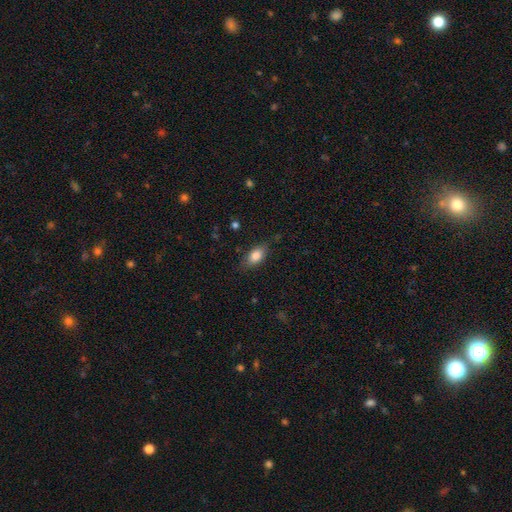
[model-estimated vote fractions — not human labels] smooth-or-featured: smooth: 82% | featured or disk: 10% | star or artifact: 8%
  how-rounded: in between: 87% | round: 7% | cigar-shaped: 6%
  merging: none: 79% | minor disturbance: 16% | major disturbance: 4% | merger: 1%